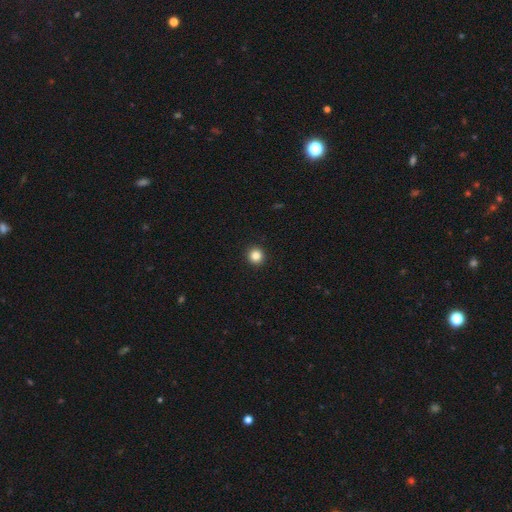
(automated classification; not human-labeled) Overall: smooth (85%). How rounded: round (93%). Merging: none (94%).